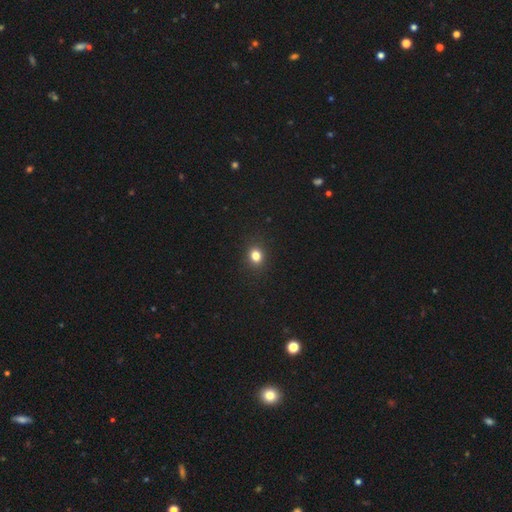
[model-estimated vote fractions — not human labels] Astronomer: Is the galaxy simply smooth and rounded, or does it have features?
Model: smooth — 81%.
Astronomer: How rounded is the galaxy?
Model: round — 66%.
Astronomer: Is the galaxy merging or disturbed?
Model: none — 90%.